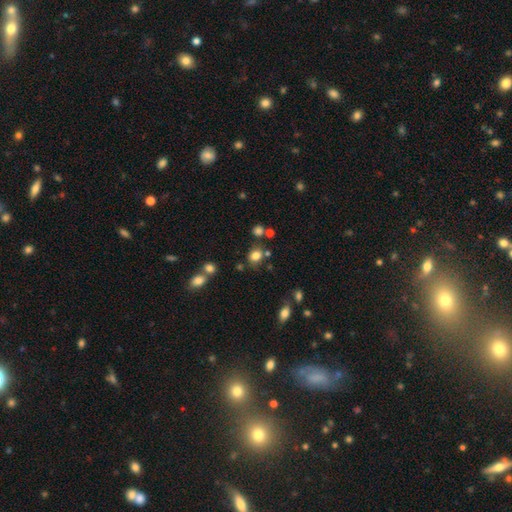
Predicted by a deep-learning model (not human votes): Smooth or featured? Predicted: smooth (p=0.80). How rounded? Predicted: round (p=0.65). Merging? Predicted: none (p=0.72).